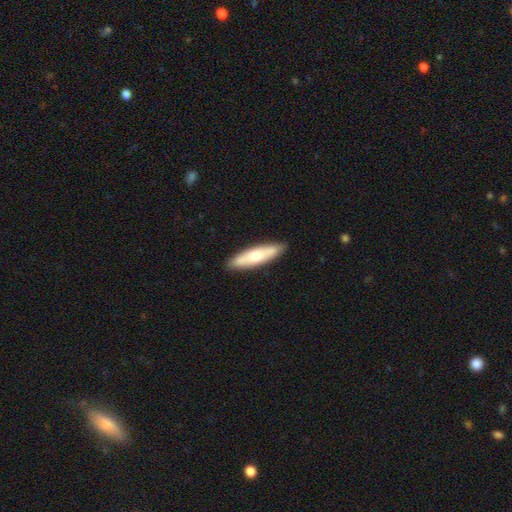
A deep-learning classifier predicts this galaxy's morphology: smooth-or-featured: smooth: 56% | featured or disk: 39% | star or artifact: 5%
  how-rounded: cigar-shaped: 71% | in between: 27% | round: 2%
  merging: none: 87% | minor disturbance: 10% | major disturbance: 2% | merger: 1%